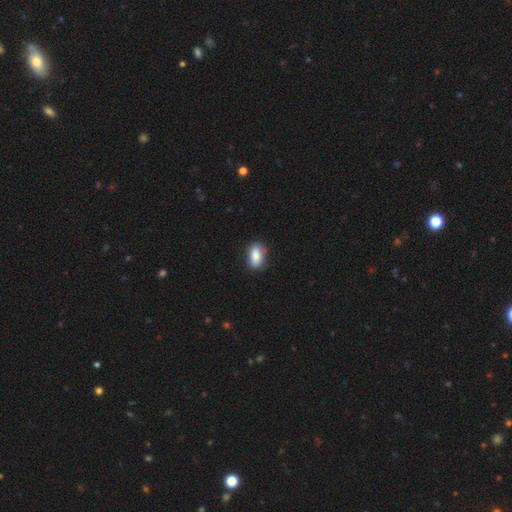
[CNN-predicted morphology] This is clearly a smooth galaxy (86%). How rounded: clearly in between (89%). Merging: clearly none (82%).